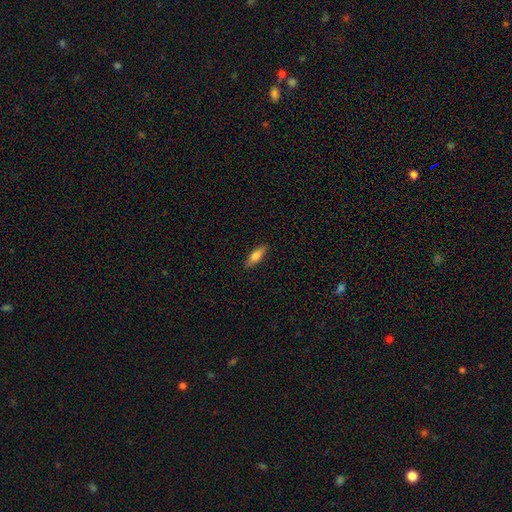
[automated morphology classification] Smooth or featured?
  - smooth: 71% *
  - featured or disk: 23%
  - star or artifact: 6%
How rounded?
  - cigar-shaped: 49% * (tied)
  - in between: 49% * (tied)
  - round: 2%
Merging?
  - none: 87% *
  - minor disturbance: 10%
  - major disturbance: 2%
  - merger: 1%